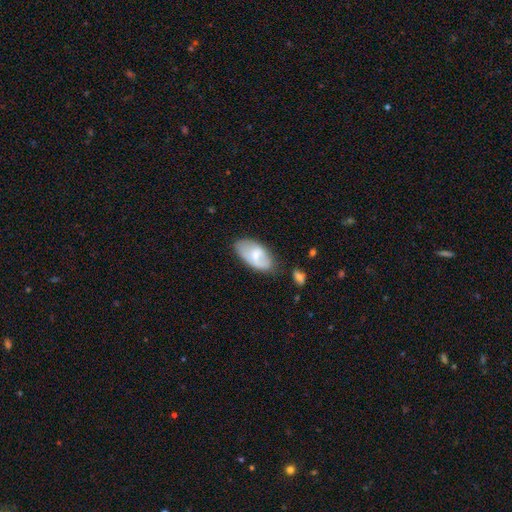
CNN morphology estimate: A smooth galaxy with no disk features (57%) that is in between round and cigar-shaped (94%).

Vote fractions:
- Smooth or featured? smooth: 57% / featured or disk: 36% / star or artifact: 6%
- How rounded? in between: 94% / round: 3% / cigar-shaped: 3%
- Merging? none: 63% / minor disturbance: 26% / major disturbance: 7% / merger: 4%